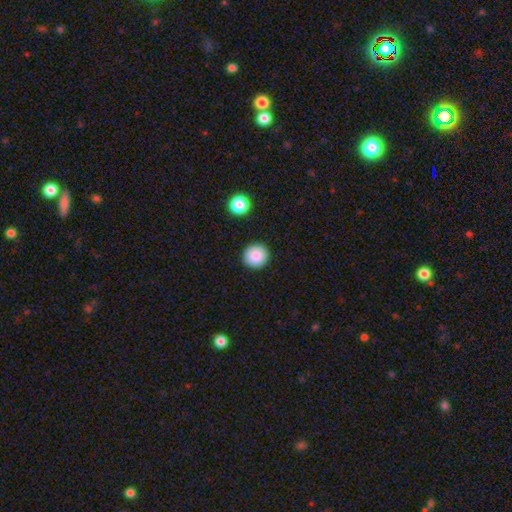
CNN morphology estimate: smooth-or-featured: smooth: 87% | star or artifact: 9% | featured or disk: 4%
  how-rounded: round: 95% | in between: 4% | cigar-shaped: 1%
  merging: none: 92% | minor disturbance: 5% | major disturbance: 2% | merger: 1%